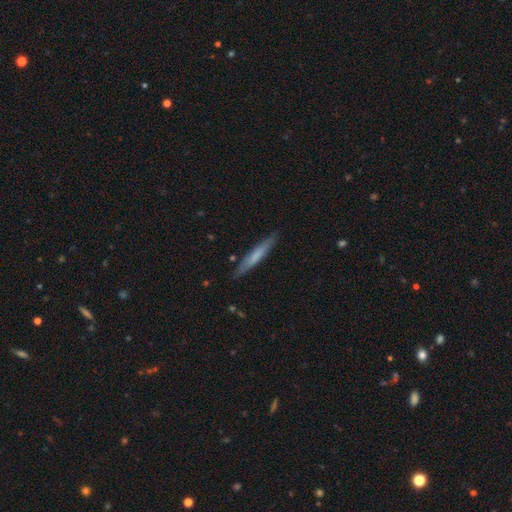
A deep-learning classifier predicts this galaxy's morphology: The model was most divided on "smooth or featured": smooth: 63%, featured or disk: 32%, star or artifact: 5%. More confident: how rounded — cigar-shaped (94%); merging — none (87%).